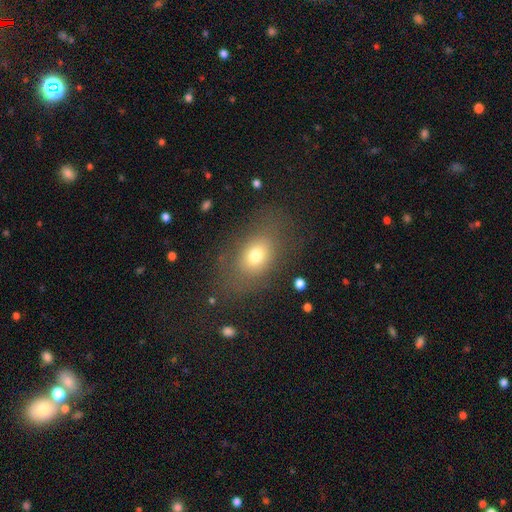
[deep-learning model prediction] Smooth or featured: smooth — 70% (featured or disk — 17%)
How rounded: in between — 74% (round — 24%)
Merging: none — 71% (minor disturbance — 16%)